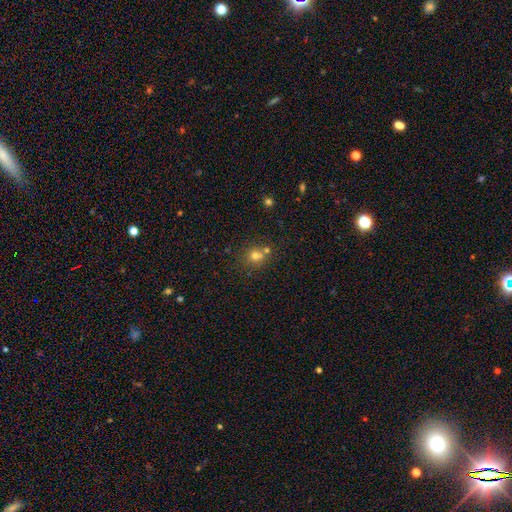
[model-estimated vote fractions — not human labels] This is likely a smooth galaxy (71%). How rounded: clearly round (82%). Merging: possibly none (54%).